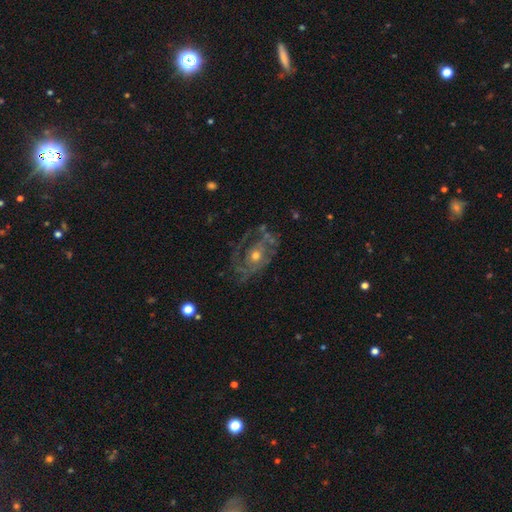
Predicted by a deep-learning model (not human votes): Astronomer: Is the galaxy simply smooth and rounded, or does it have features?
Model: featured or disk — 80%.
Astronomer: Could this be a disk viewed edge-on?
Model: no — 96%.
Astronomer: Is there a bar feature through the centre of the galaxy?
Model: no — 79%.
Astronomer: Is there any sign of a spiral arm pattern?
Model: yes — 76%.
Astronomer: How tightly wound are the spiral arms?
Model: tight — 48% (runner-up: medium, 36%).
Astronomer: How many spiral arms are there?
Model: can't tell — 37% (runner-up: 2, 31%).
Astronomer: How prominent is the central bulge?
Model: moderate — 63%.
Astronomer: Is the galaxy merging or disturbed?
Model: none — 57%.